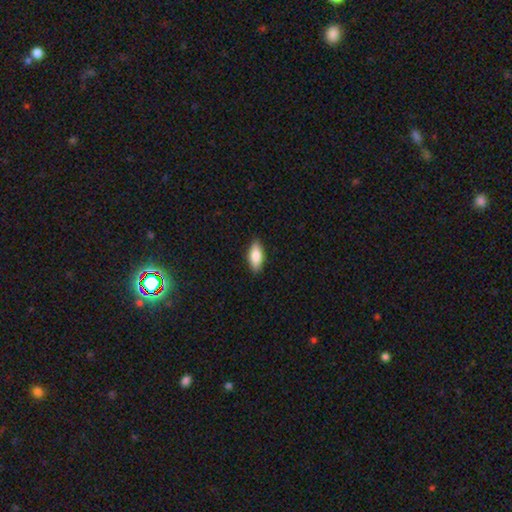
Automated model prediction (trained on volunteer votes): This is clearly a smooth galaxy (82%). How rounded: clearly in between (84%). Merging: clearly none (86%).